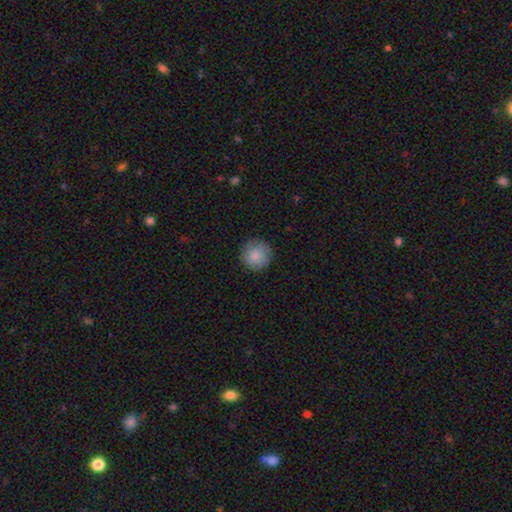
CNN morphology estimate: type=smooth (86%); roundness=round (95%); merging=none (88%).